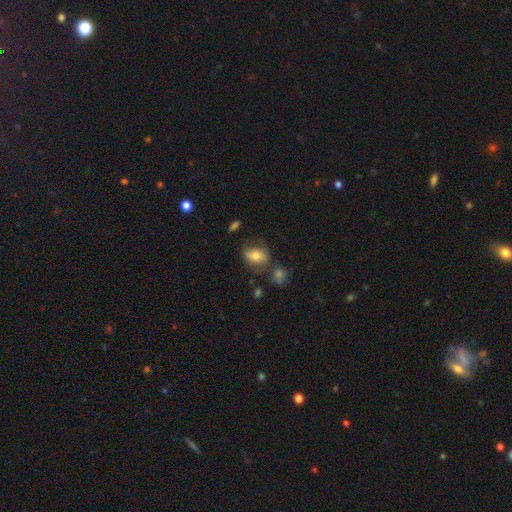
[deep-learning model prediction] smooth-or-featured: smooth: 73% | featured or disk: 18% | star or artifact: 9%
  how-rounded: in between: 75% | round: 23% | cigar-shaped: 2%
  merging: none: 60% | minor disturbance: 21% | merger: 10% | major disturbance: 9%